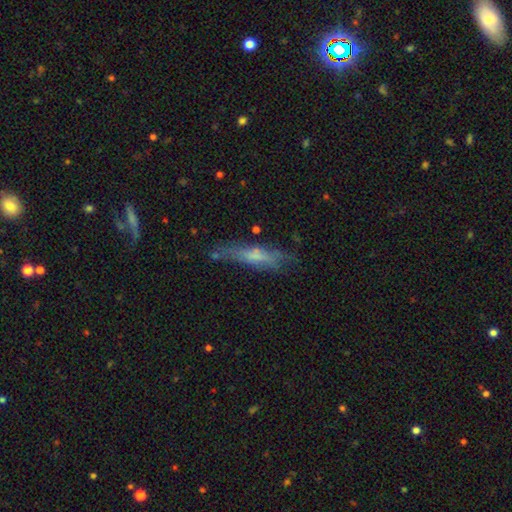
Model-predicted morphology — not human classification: A smooth galaxy with no disk features (53%) that is cigar-shaped (79%). Merging: none (64%).